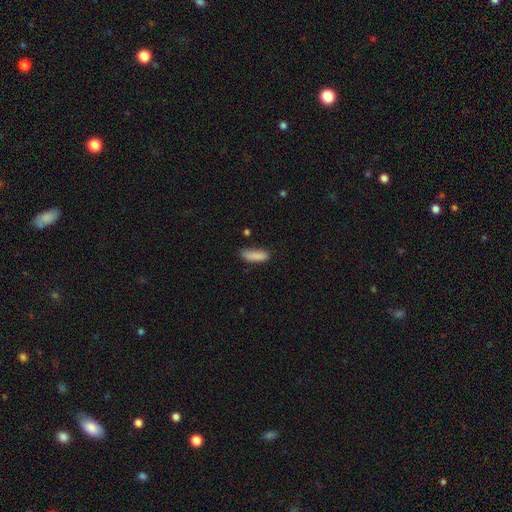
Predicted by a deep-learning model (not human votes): The model was most divided on "how rounded" (2-way tie): in between: 49%, cigar-shaped: 49%, round: 2%. More confident: smooth or featured — smooth (87%); merging — none (72%).